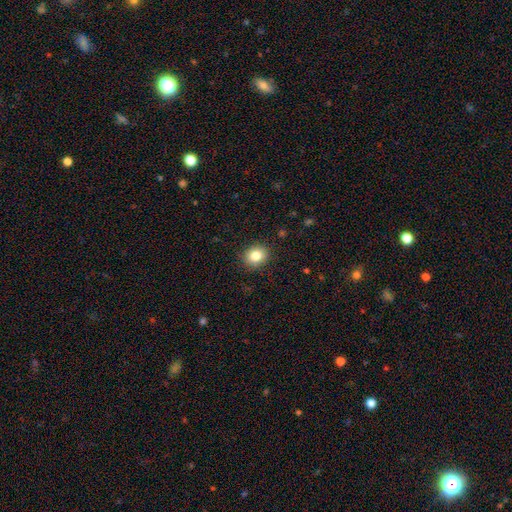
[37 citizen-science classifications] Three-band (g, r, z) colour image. It shows a smooth galaxy with no disk features (95%) that is round (63%). Merging: none (97%).